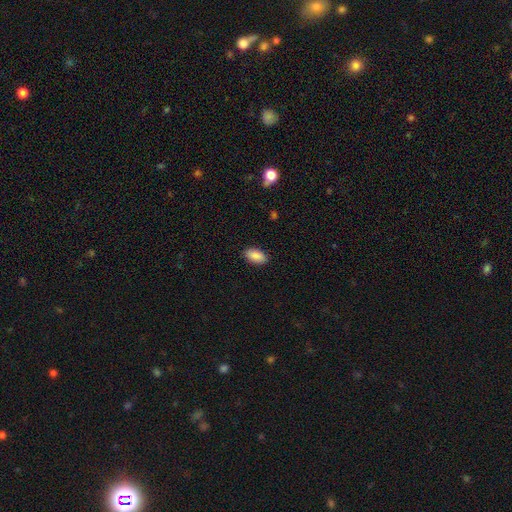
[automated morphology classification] Smooth or featured: smooth — 88% (star or artifact — 7%)
How rounded: in between — 94% (round — 3%)
Merging: none — 88% (minor disturbance — 9%)